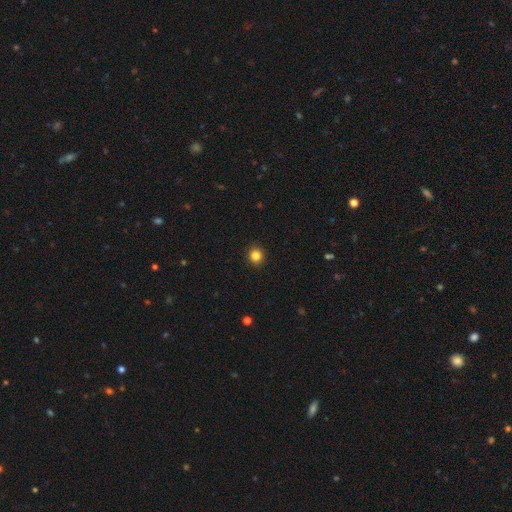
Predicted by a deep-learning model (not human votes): The model was most divided on "smooth or featured": smooth: 84%, star or artifact: 12%, featured or disk: 4%. More confident: merging — none (93%); how rounded — round (92%).